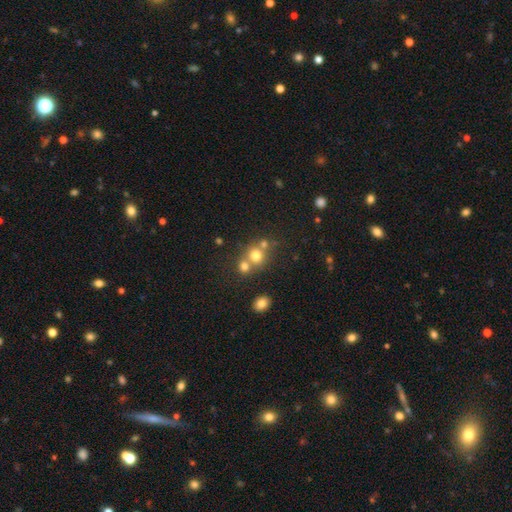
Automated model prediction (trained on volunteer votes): Smooth or featured?
  - smooth: 73% *
  - star or artifact: 15%
  - featured or disk: 12%
How rounded?
  - round: 84% *
  - in between: 15%
  - cigar-shaped: 1%
Merging?
  - none: 48% *
  - merger: 41%
  - minor disturbance: 7%
  - major disturbance: 4%